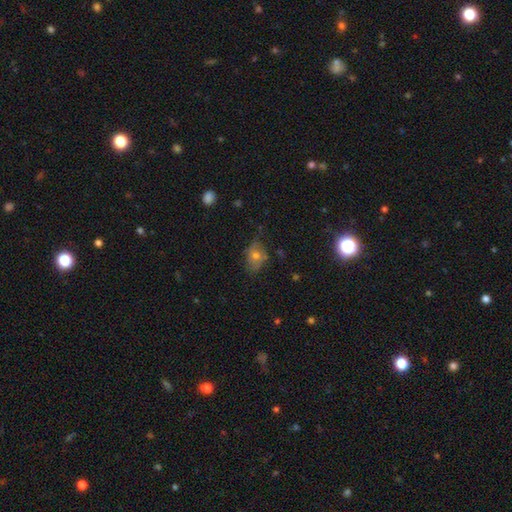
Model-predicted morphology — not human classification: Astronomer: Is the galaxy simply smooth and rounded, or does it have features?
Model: smooth — 58%.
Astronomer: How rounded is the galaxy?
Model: in between — 65%.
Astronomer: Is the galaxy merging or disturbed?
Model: none — 58%.